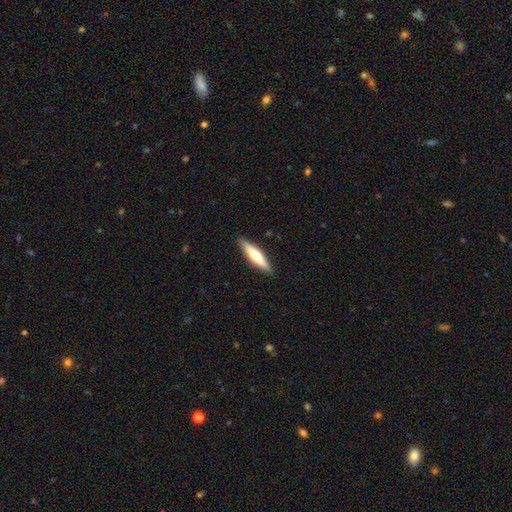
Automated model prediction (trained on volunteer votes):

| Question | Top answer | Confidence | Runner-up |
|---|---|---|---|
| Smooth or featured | smooth | 58% | featured or disk (37%) |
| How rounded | cigar-shaped | 82% | in between (17%) |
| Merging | none | 89% | minor disturbance (8%) |